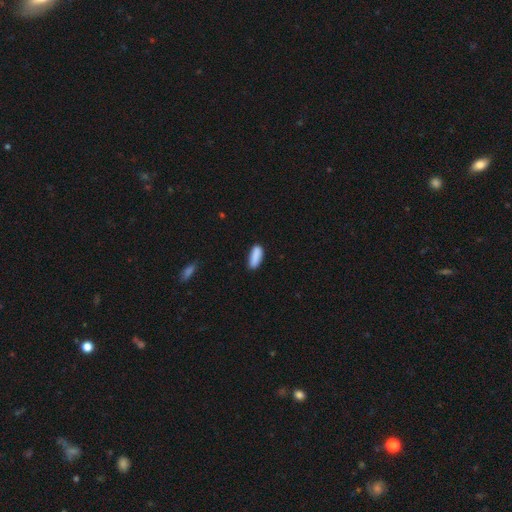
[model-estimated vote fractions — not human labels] smooth-or-featured: smooth: 89% | star or artifact: 6% | featured or disk: 5%
  how-rounded: in between: 70% | cigar-shaped: 28% | round: 2%
  merging: none: 81% | minor disturbance: 15% | major disturbance: 3% | merger: 2%